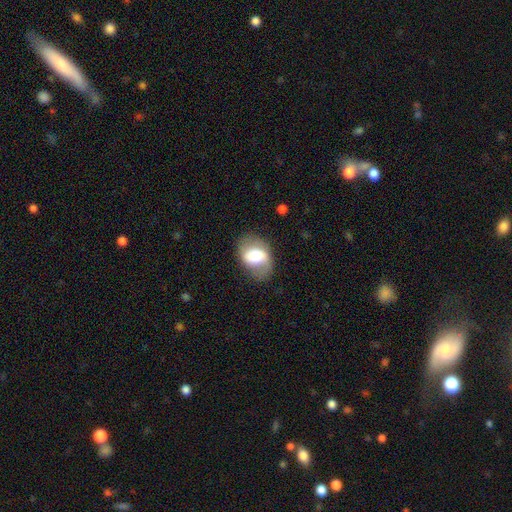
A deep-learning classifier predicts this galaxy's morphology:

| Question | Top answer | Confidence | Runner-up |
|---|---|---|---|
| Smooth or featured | smooth | 50% | featured or disk (42%) |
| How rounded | in between | 78% | round (21%) |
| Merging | none | 72% | minor disturbance (18%) |